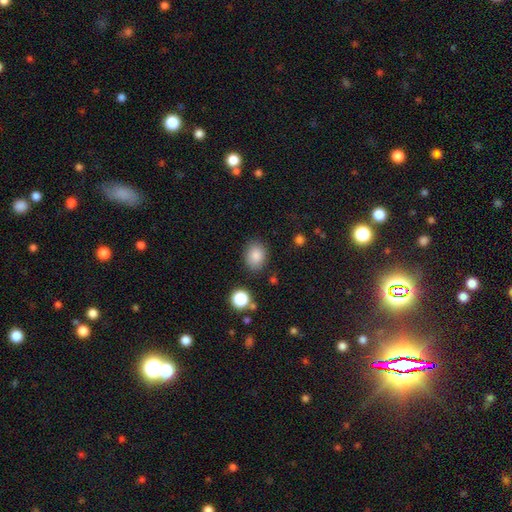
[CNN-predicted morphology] Overall: smooth (84%). How rounded: in between (63%; round 36%). Merging: none (83%).